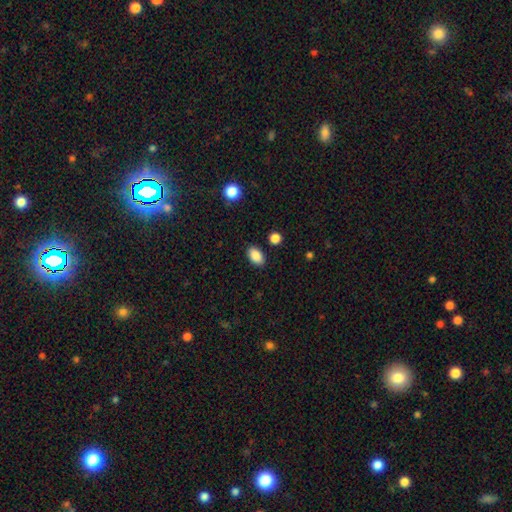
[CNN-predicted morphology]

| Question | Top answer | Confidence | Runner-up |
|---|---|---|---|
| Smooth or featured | smooth | 88% | star or artifact (8%) |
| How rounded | in between | 89% | round (10%) |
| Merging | none | 87% | minor disturbance (9%) |